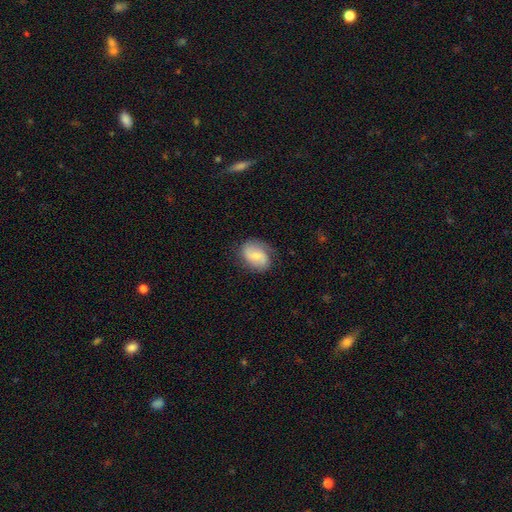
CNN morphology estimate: type=featured or disk (51%); edge-on=no (97%); merging=none (73%).